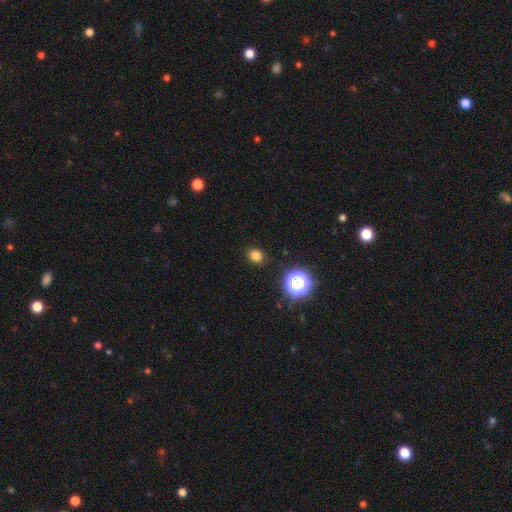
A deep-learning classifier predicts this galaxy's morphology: The model was most divided on "how rounded": round: 60%, in between: 39%, cigar-shaped: 1%. More confident: merging — none (89%); smooth or featured — smooth (78%).